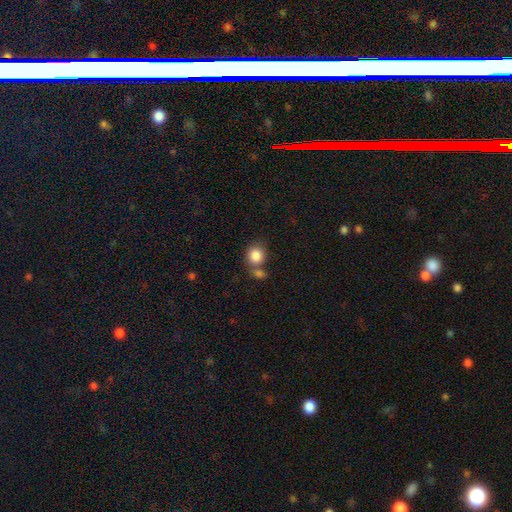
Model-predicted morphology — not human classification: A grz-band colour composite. It shows a smooth galaxy with no disk features (85%) that is round (83%). Merging: none (53%).